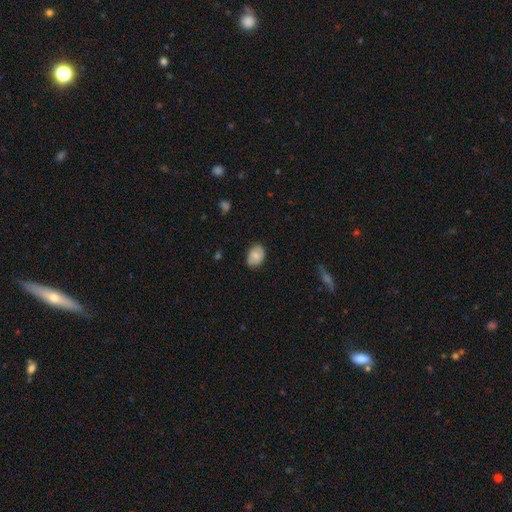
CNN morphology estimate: Smooth or featured: smooth — 76% (featured or disk — 17%)
How rounded: in between — 76% (round — 23%)
Merging: none — 80% (minor disturbance — 16%)